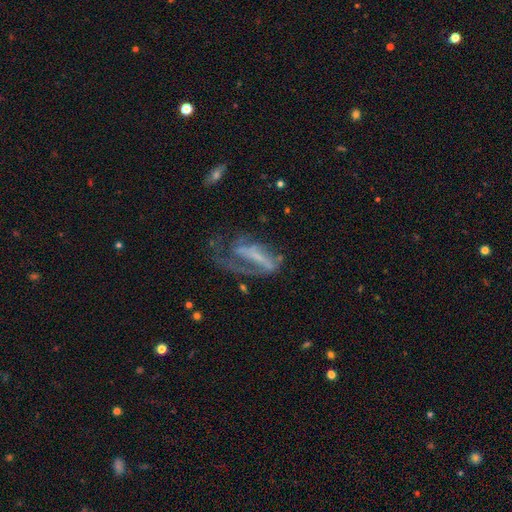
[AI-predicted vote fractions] Smooth or featured? Predicted: featured or disk (p=0.71). Edge-on disk? Predicted: no (p=0.90). Bar? Predicted: strong (p=0.37). Spiral arms? Predicted: yes (p=0.71). Bulge size? Predicted: none (p=0.53). Merging? Predicted: major disturbance (p=0.49).